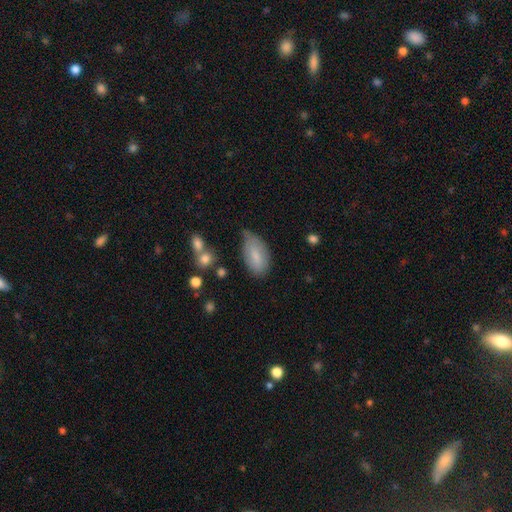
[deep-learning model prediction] Overall: smooth (77%). How rounded: in between (92%). Merging: none (52%; minor disturbance 36%).